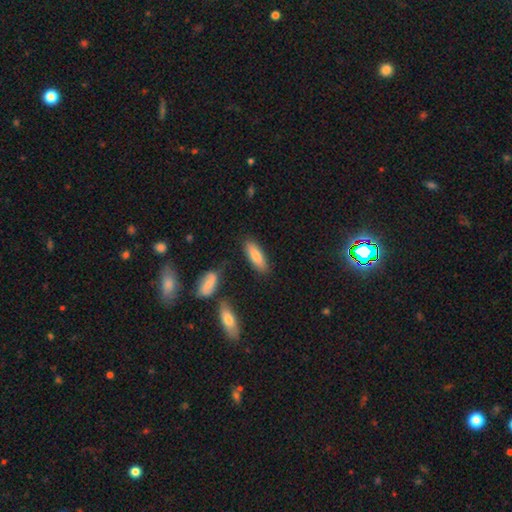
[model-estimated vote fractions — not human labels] The model was most divided on "how rounded": in between: 63%, cigar-shaped: 35%, round: 2%. More confident: merging — none (81%); smooth or featured — smooth (79%).